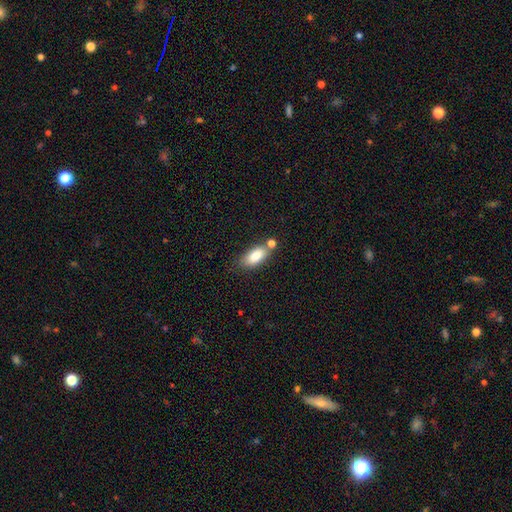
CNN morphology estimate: type=smooth (81%); roundness=in between (87%); merging=none (62%).